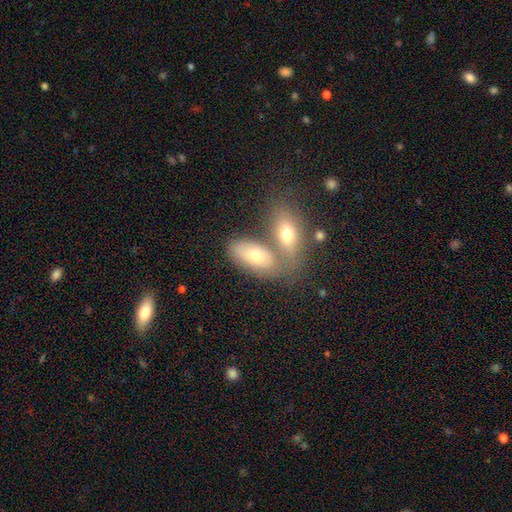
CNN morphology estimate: A smooth galaxy with no disk features (66%) that is in between round and cigar-shaped (89%). Merging: none (43%).